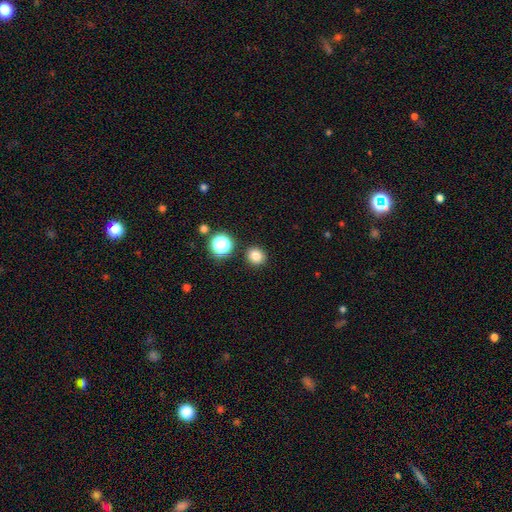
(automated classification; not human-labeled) smooth_or_featured: smooth (p=0.81) [alt: star or artifact p=0.14]
how_rounded: round (p=0.84) [alt: in between p=0.15]
merging: none (p=0.88) [alt: minor disturbance p=0.06]